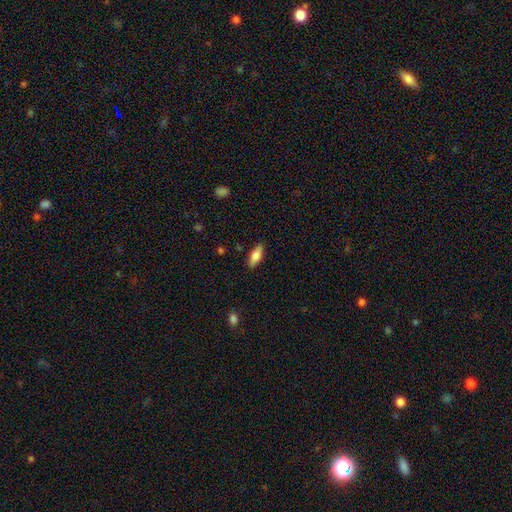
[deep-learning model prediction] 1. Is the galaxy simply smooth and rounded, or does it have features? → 75% smooth, 18% featured or disk, 7% star or artifact.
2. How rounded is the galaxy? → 75% in between, 23% cigar-shaped, 2% round.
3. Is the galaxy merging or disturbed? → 86% none, 11% minor disturbance, 2% major disturbance, 1% merger.